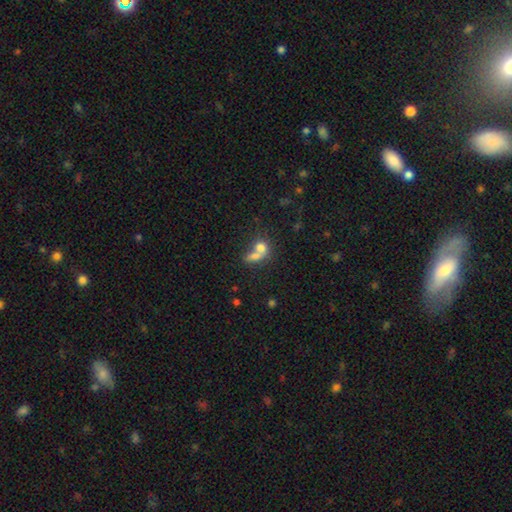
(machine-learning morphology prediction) A smooth galaxy with no disk features (71%) that is round (50%). Merging: merger (61%).